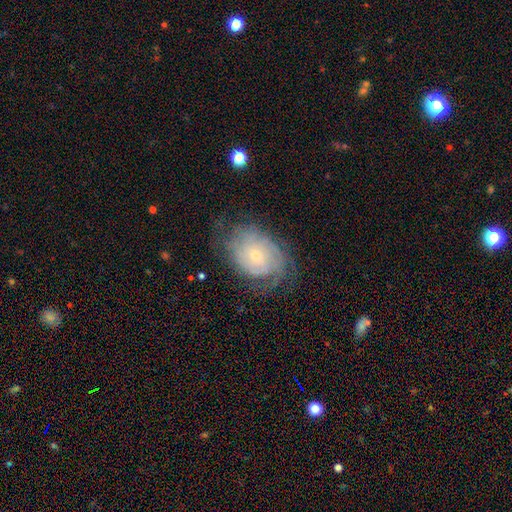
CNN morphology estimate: type=featured or disk (70%); edge-on=no (96%); bar=no (79%); spiral arms=yes (86%); winding=tight (67%); arm count=can't tell (54%); bulge=small (68%); merging=none (62%).